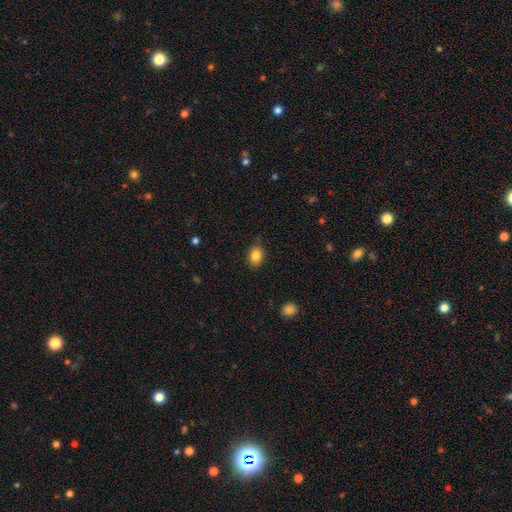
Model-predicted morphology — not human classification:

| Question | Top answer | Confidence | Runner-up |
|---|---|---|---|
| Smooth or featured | smooth | 85% | star or artifact (9%) |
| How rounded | in between | 63% | round (36%) |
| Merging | none | 82% | minor disturbance (14%) |